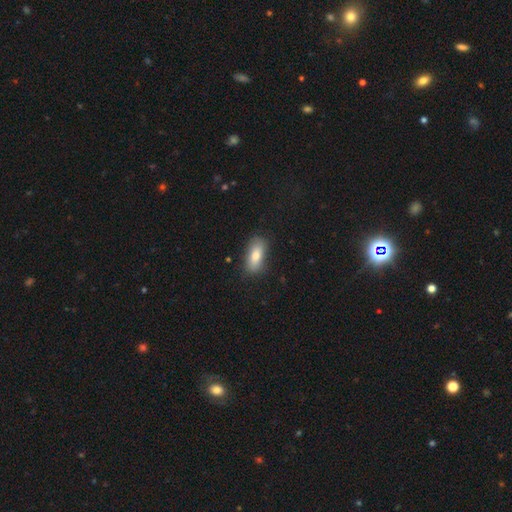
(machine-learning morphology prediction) Overall: smooth (78%). How rounded: in between (81%). Merging: none (81%).